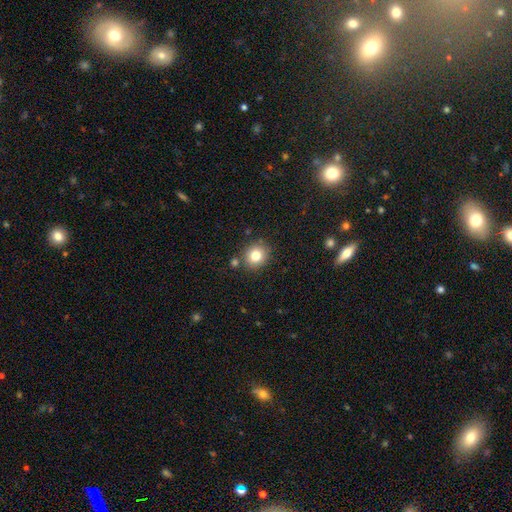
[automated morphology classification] Smooth or featured? smooth (80%)
How rounded? round (82%)
Merging? none (81%)